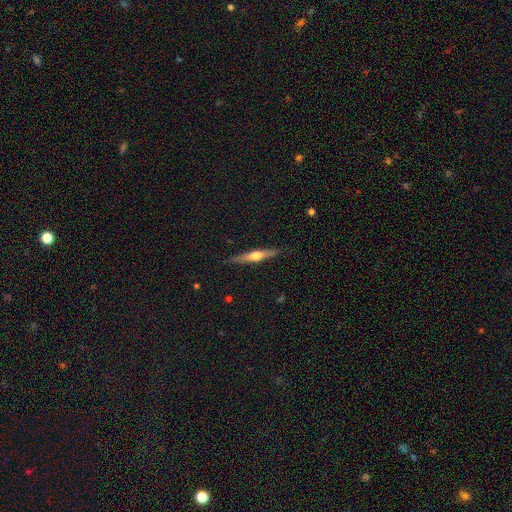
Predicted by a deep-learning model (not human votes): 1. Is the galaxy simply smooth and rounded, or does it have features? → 60% featured or disk, 34% smooth, 6% star or artifact.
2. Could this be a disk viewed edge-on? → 96% yes, 4% no.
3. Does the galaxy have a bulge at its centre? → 89% rounded, 5% none, 5% boxy.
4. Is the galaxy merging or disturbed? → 86% none, 11% minor disturbance, 2% major disturbance, 1% merger.